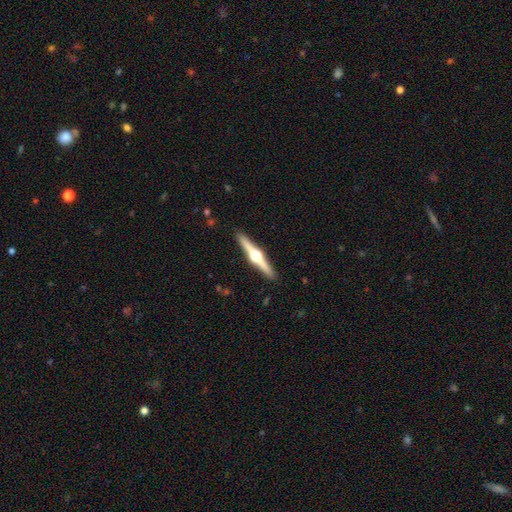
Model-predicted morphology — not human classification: Smooth or featured?
  - featured or disk: 82% *
  - smooth: 14%
  - star or artifact: 5%
Edge-on disk?
  - yes: 98% *
  - no: 2%
Edge-on bulge?
  - rounded: 97% *
  - boxy: 2%
  - none: 1%
Merging?
  - none: 92% *
  - minor disturbance: 6%
  - major disturbance: 1%
  - merger: 1%